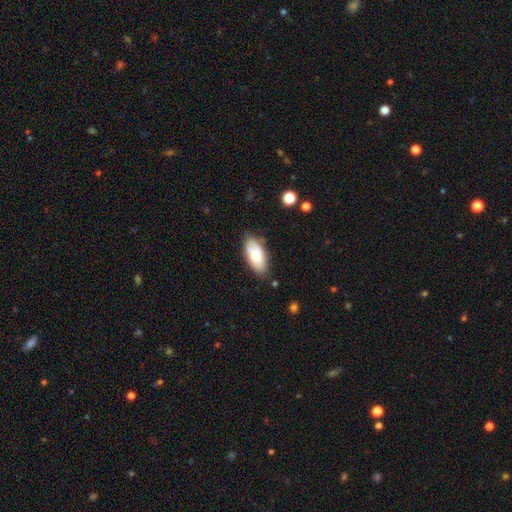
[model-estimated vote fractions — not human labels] A smooth galaxy with no disk features (74%) that is in between round and cigar-shaped (87%).

Vote fractions:
- Smooth or featured? smooth: 74% / featured or disk: 19% / star or artifact: 7%
- How rounded? in between: 87% / cigar-shaped: 11% / round: 2%
- Merging? none: 74% / minor disturbance: 20% / major disturbance: 4% / merger: 2%